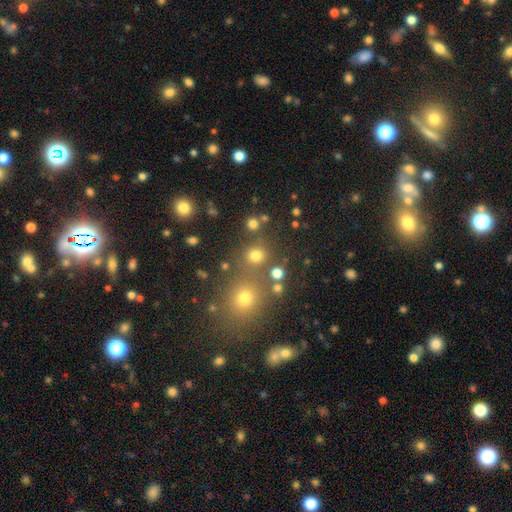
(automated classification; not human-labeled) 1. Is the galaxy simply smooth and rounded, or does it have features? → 76% smooth, 18% star or artifact, 6% featured or disk.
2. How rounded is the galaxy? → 89% round, 10% in between, 1% cigar-shaped.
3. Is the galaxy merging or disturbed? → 72% none, 16% merger, 8% minor disturbance, 4% major disturbance.